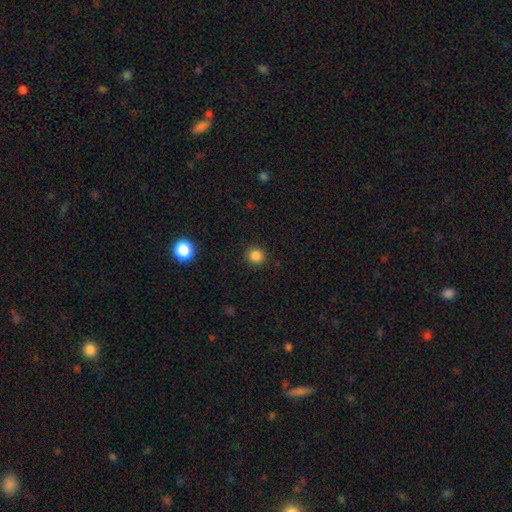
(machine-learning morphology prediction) smooth 85%, star or artifact 12%, featured or disk 3%. Down the decision tree: how rounded — round (87%); merging — none (90%).